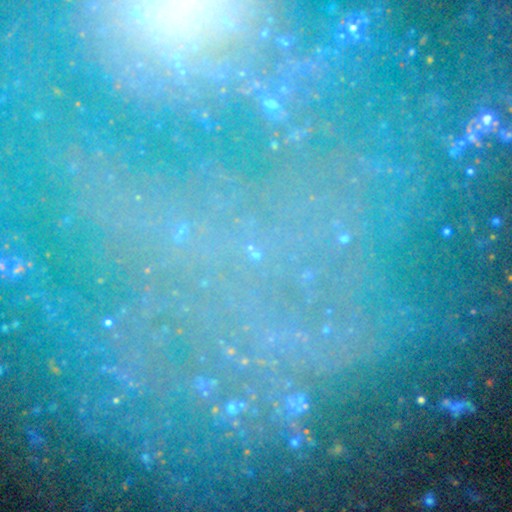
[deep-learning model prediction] Smooth or featured? star or artifact (65%)